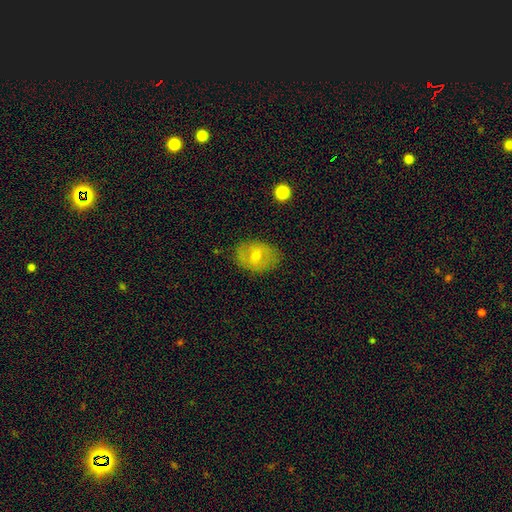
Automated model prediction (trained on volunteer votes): A smooth galaxy with no disk features (53%) that is in between round and cigar-shaped (67%).

Vote fractions:
- Smooth or featured? smooth: 53% / featured or disk: 39% / star or artifact: 8%
- How rounded? in between: 67% / round: 32% / cigar-shaped: 1%
- Merging? none: 80% / minor disturbance: 15% / major disturbance: 4% / merger: 1%